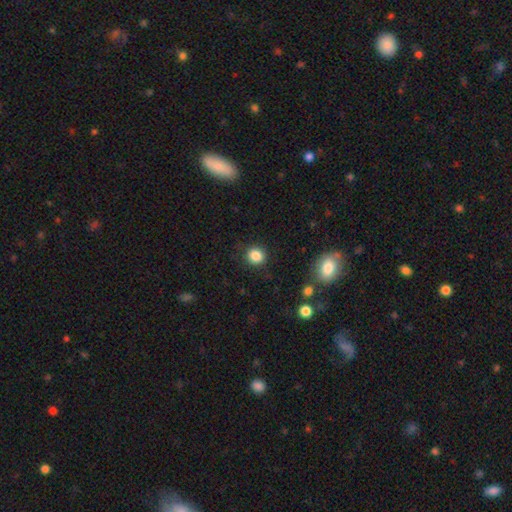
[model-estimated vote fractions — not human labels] smooth 85%, star or artifact 11%, featured or disk 4%. Down the decision tree: how rounded — round (86%); merging — none (89%).